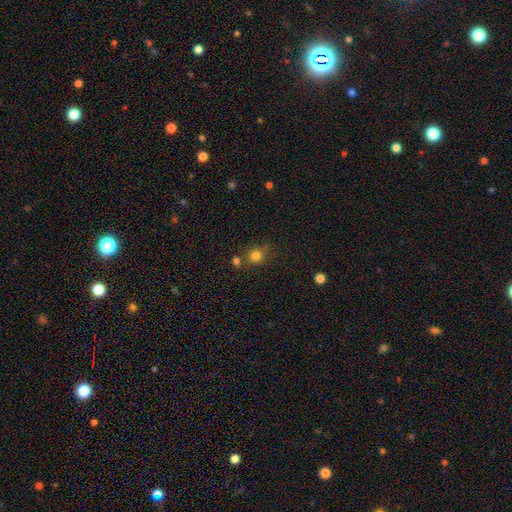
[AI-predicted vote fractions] This is clearly a smooth galaxy (80%). How rounded: clearly round (85%). Merging: likely none (68%).